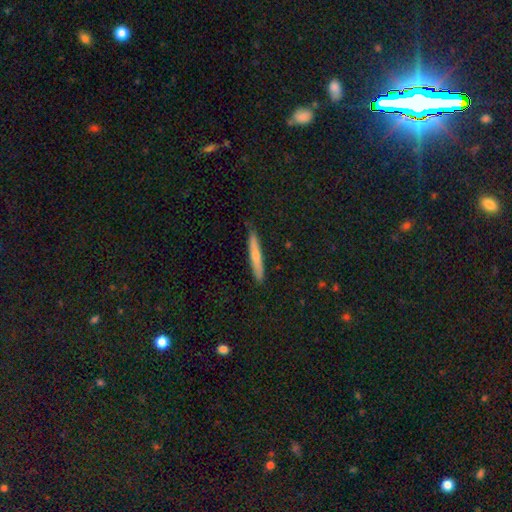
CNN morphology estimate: The model was most divided on "smooth or featured": smooth: 60%, featured or disk: 34%, star or artifact: 7%. More confident: how rounded — cigar-shaped (94%); merging — none (88%).